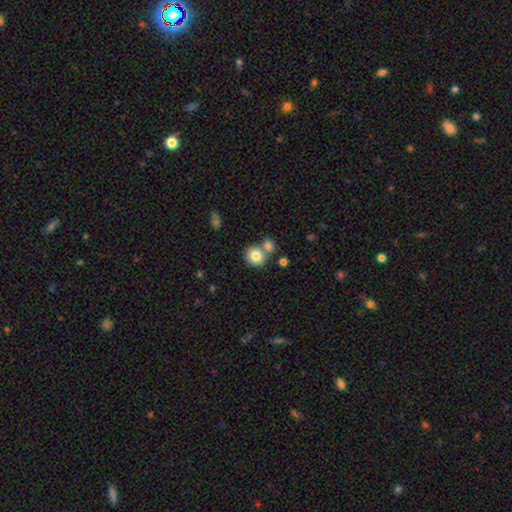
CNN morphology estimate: This is clearly a smooth galaxy (80%). How rounded: clearly round (82%). Merging: possibly none (55%).